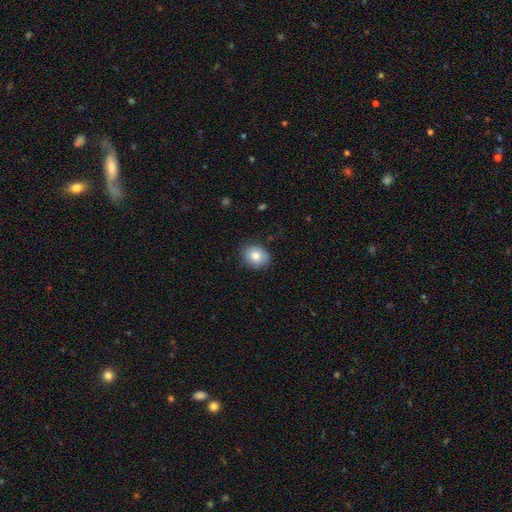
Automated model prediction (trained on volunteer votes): Smooth or featured? Predicted: smooth (p=0.81). How rounded? Predicted: round (p=0.62). Merging? Predicted: none (p=0.84).